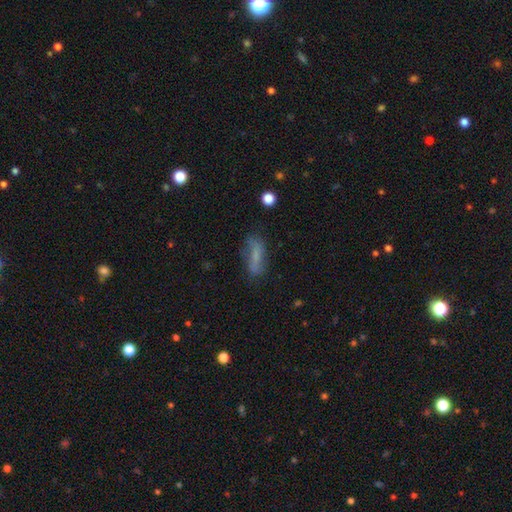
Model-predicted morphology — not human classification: Smooth or featured?
  - smooth: 62% *
  - featured or disk: 27%
  - star or artifact: 11%
How rounded?
  - in between: 52% *
  - cigar-shaped: 45%
  - round: 3%
Merging?
  - none: 65% *
  - minor disturbance: 22%
  - major disturbance: 9%
  - merger: 3%